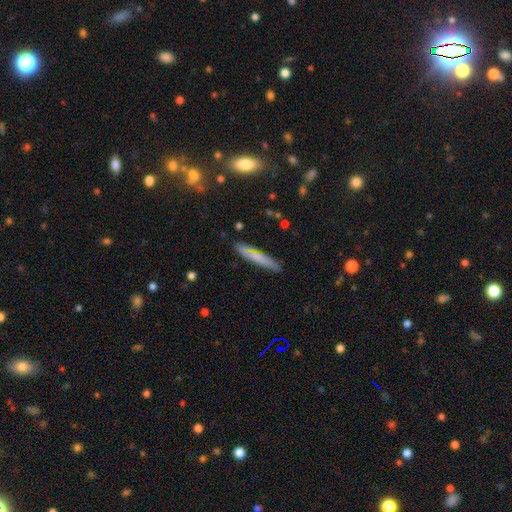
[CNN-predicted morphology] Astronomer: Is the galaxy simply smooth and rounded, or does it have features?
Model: smooth — 54% (runner-up: featured or disk, 39%).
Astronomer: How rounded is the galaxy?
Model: cigar-shaped — 90%.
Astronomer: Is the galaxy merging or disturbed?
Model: none — 78%.